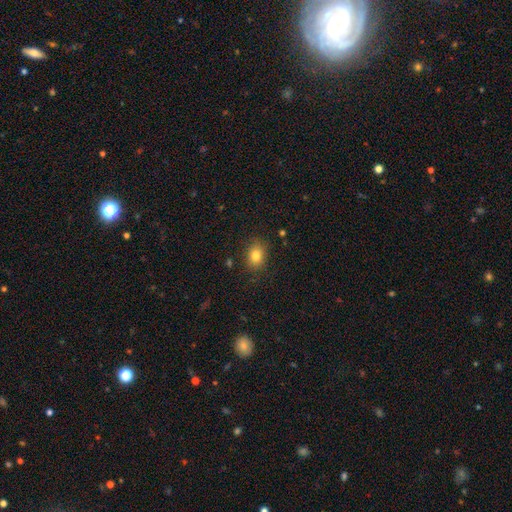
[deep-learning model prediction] This is clearly a smooth galaxy (82%). How rounded: likely in between (65%). Merging: clearly none (84%).